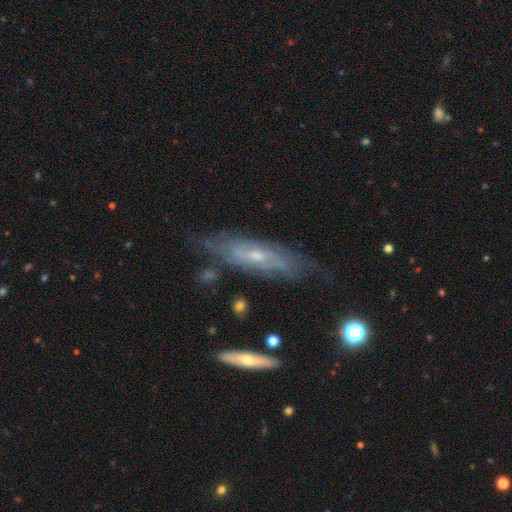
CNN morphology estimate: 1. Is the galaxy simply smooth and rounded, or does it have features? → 70% featured or disk, 22% smooth, 8% star or artifact.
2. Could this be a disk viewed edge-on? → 66% no, 34% yes.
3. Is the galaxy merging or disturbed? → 66% none, 23% minor disturbance, 8% major disturbance, 3% merger.